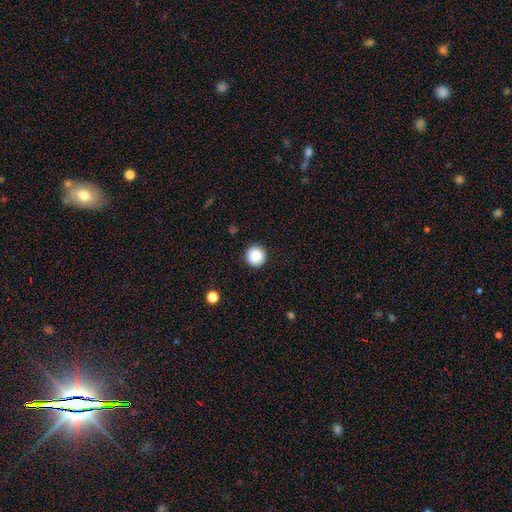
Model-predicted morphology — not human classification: smooth-or-featured: smooth: 85% | star or artifact: 10% | featured or disk: 5%
  how-rounded: round: 95% | in between: 4% | cigar-shaped: 1%
  merging: none: 91% | minor disturbance: 6% | major disturbance: 2% | merger: 1%